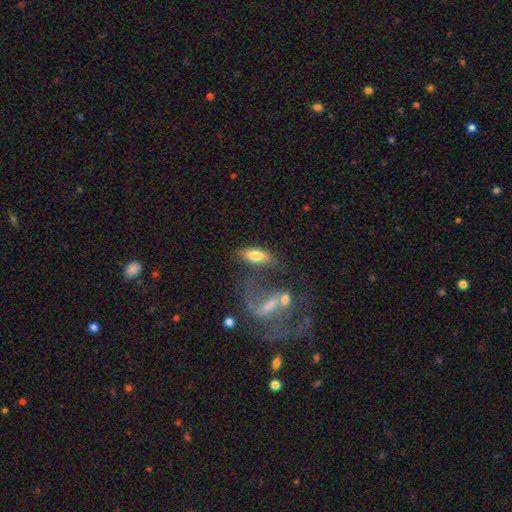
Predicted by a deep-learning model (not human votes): Smooth or featured? Predicted: smooth (p=0.72). How rounded? Predicted: in between (p=0.74). Merging? Predicted: none (p=0.48).